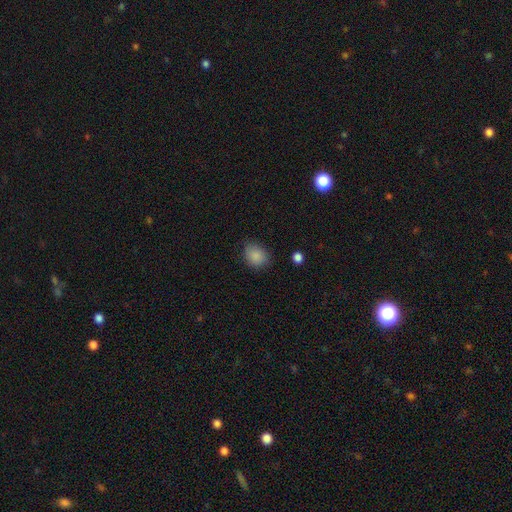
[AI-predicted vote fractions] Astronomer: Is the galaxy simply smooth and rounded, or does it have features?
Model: smooth — 87%.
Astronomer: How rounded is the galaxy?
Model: in between — 54% (runner-up: round, 45%).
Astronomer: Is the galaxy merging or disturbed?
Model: none — 79%.